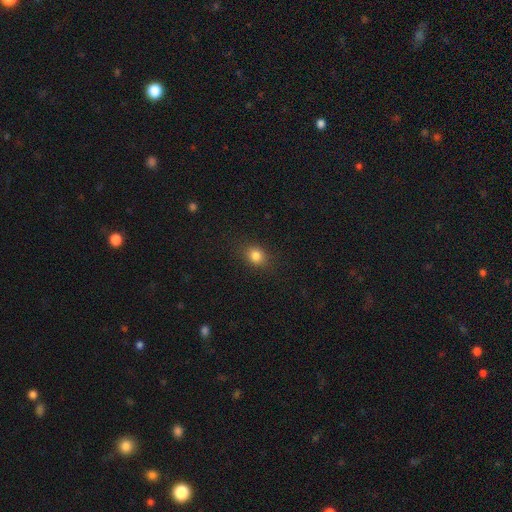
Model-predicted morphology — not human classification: Smooth or featured? Predicted: smooth (p=0.83). How rounded? Predicted: round (p=0.58). Merging? Predicted: none (p=0.85).